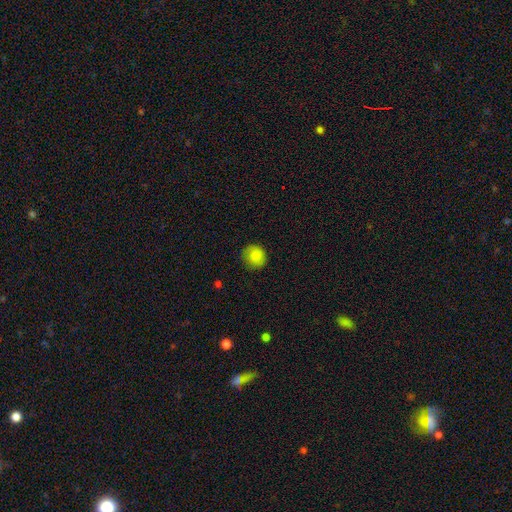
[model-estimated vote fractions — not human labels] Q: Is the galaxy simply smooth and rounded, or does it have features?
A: smooth — 84%.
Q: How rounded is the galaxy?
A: round — 83%.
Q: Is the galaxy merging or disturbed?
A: none — 80%.